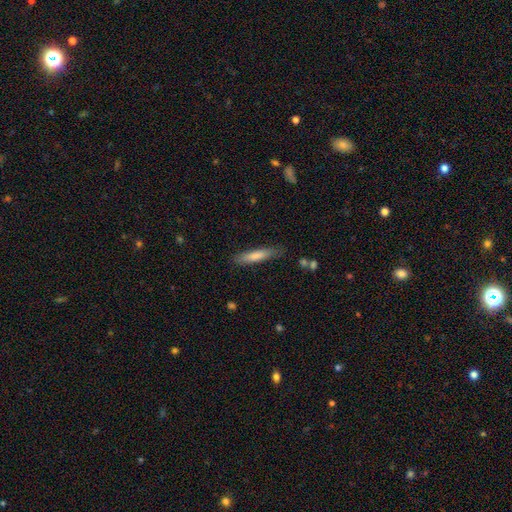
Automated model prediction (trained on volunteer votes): smooth_or_featured: smooth (p=0.78) [alt: featured or disk p=0.17]
how_rounded: cigar-shaped (p=0.84) [alt: in between p=0.15]
merging: none (p=0.83) [alt: minor disturbance p=0.13]